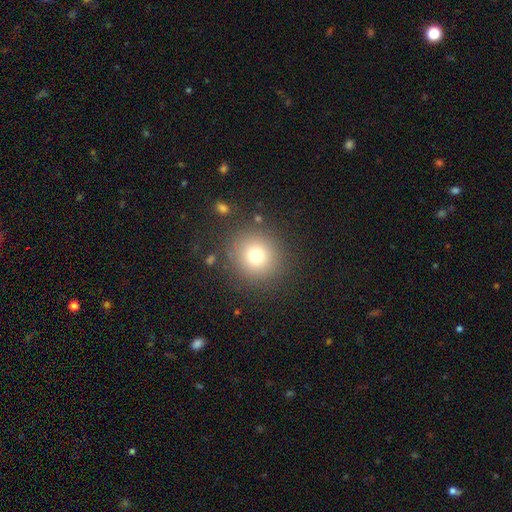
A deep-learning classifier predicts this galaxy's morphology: Overall: smooth (76%). How rounded: round (92%). Merging: none (86%).